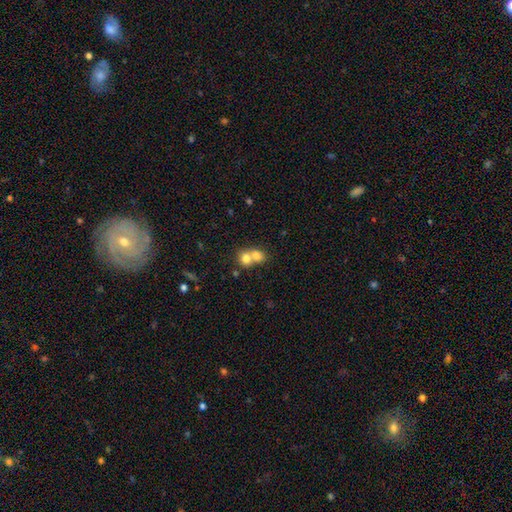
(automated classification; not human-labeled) smooth_or_featured: smooth (p=0.74) [alt: featured or disk p=0.16]
how_rounded: round (p=0.66) [alt: in between p=0.33]
merging: merger (p=0.69) [alt: none p=0.24]